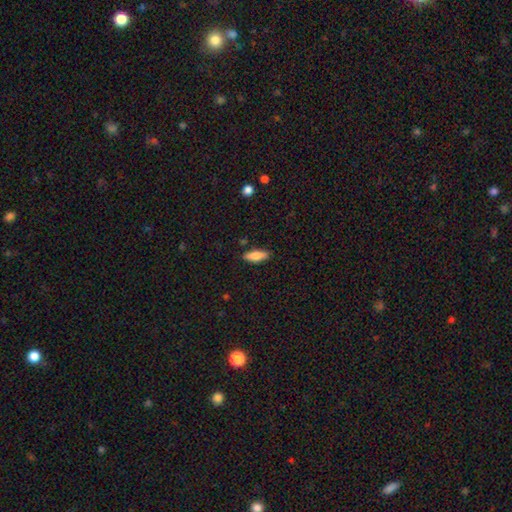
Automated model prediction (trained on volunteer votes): smooth-or-featured: smooth: 78% | featured or disk: 16% | star or artifact: 7%
  how-rounded: in between: 65% | cigar-shaped: 32% | round: 2%
  merging: none: 84% | minor disturbance: 11% | major disturbance: 2% | merger: 2%